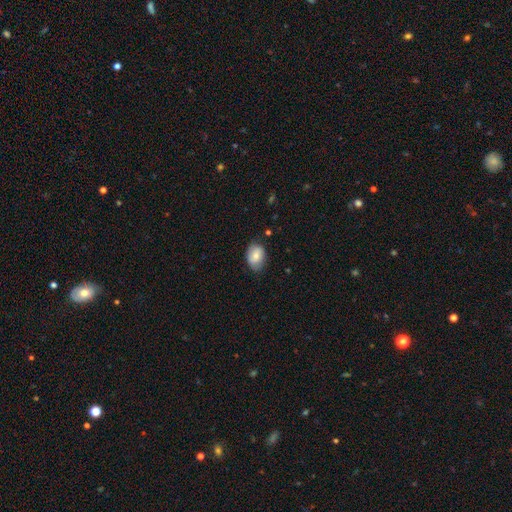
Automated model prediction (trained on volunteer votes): Overall: smooth (75%). How rounded: in between (74%). Merging: none (74%).